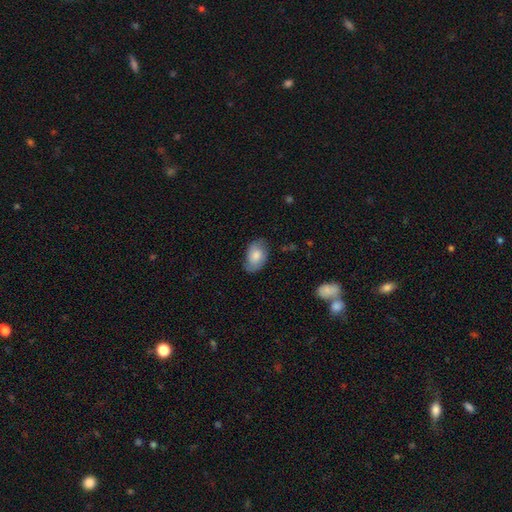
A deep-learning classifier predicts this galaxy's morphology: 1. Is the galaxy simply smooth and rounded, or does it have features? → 70% smooth, 24% featured or disk, 7% star or artifact.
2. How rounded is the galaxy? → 90% in between, 9% round, 1% cigar-shaped.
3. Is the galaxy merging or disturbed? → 73% none, 21% minor disturbance, 5% major disturbance, 1% merger.